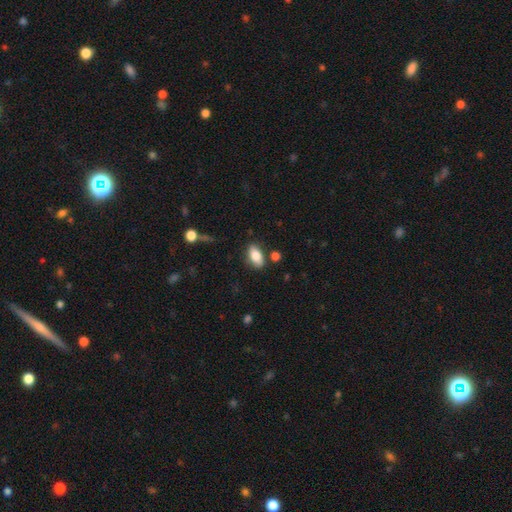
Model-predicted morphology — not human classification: A smooth galaxy with no disk features (82%) that is in between round and cigar-shaped (90%).

Vote fractions:
- Smooth or featured? smooth: 82% / featured or disk: 11% / star or artifact: 7%
- How rounded? in between: 90% / cigar-shaped: 6% / round: 4%
- Merging? none: 80% / minor disturbance: 13% / merger: 5% / major disturbance: 3%